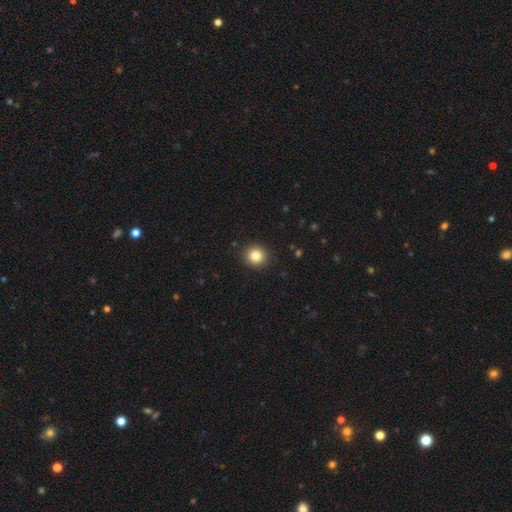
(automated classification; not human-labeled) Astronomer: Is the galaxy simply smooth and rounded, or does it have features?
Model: smooth — 84%.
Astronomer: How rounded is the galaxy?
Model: round — 93%.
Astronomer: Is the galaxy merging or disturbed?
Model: none — 91%.